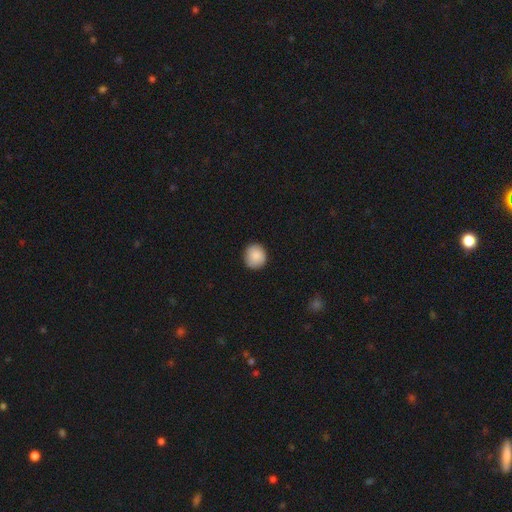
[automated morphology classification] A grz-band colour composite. It shows a smooth galaxy with no disk features (87%) that is round (88%). Merging: none (89%).